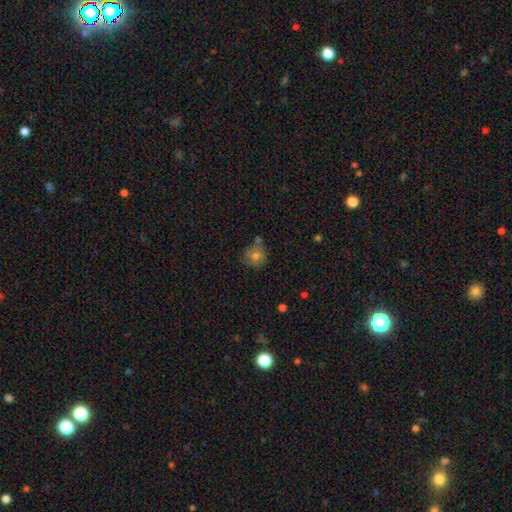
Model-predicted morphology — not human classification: Q: Smooth or featured?
A: smooth (71%); runner-up: featured or disk (18%)
Q: How rounded?
A: round (88%); runner-up: in between (11%)
Q: Merging?
A: none (65%); runner-up: minor disturbance (18%)